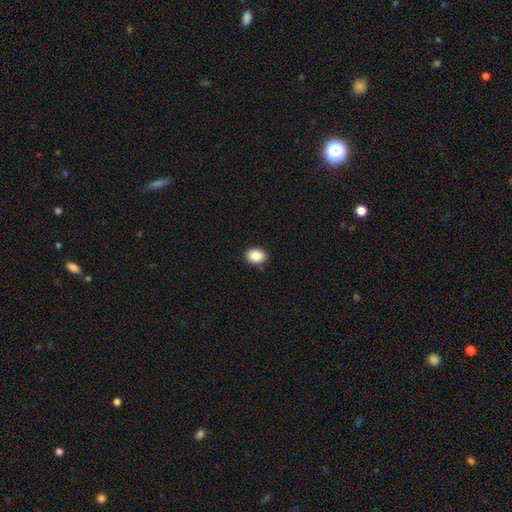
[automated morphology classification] smooth-or-featured: smooth: 86% | star or artifact: 8% | featured or disk: 5%
  how-rounded: in between: 64% | round: 36% | cigar-shaped: 1%
  merging: none: 89% | minor disturbance: 8% | major disturbance: 2% | merger: 2%